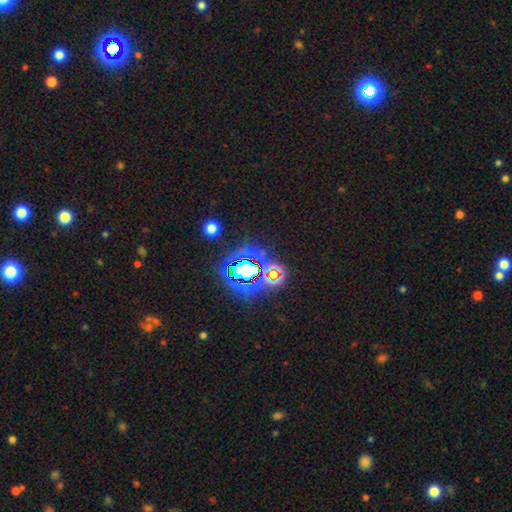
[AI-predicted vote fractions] A star or artifact, not a galaxy (79%).